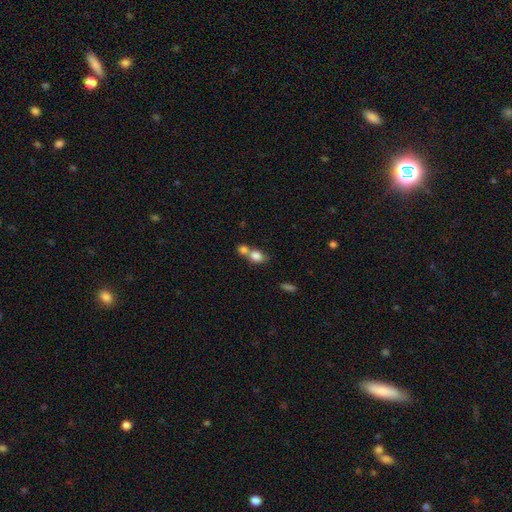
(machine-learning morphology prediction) Overall: smooth (80%). How rounded: round (51%; in between 47%). Merging: merger (60%; none 30%).